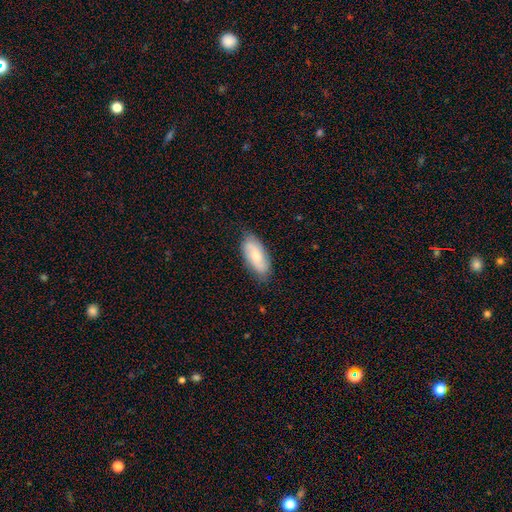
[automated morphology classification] type=smooth (55%); roundness=in between (86%); merging=none (81%).